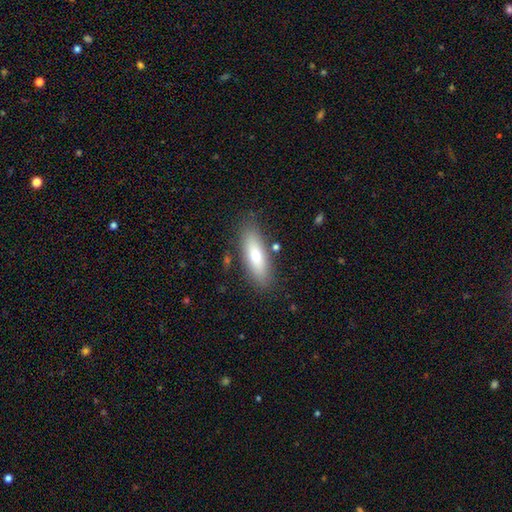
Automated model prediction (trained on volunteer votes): Smooth or featured?
  - smooth: 66% *
  - featured or disk: 27%
  - star or artifact: 7%
How rounded?
  - in between: 55% *
  - cigar-shaped: 42%
  - round: 2%
Merging?
  - none: 84% *
  - minor disturbance: 10%
  - merger: 3%
  - major disturbance: 3%